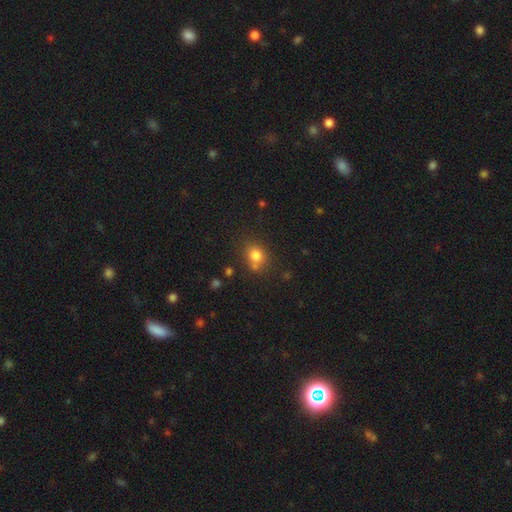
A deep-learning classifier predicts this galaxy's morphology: Smooth or featured?
  - smooth: 78% *
  - star or artifact: 13%
  - featured or disk: 8%
How rounded?
  - round: 70% *
  - in between: 29%
  - cigar-shaped: 1%
Merging?
  - none: 63% *
  - merger: 17%
  - minor disturbance: 15%
  - major disturbance: 5%